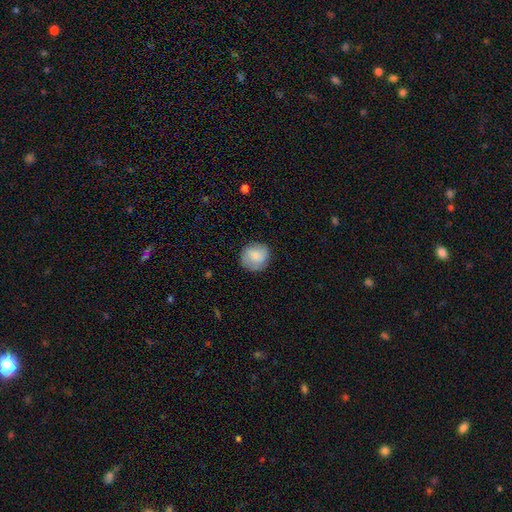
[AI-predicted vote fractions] This appears to be a smooth galaxy with no disk features (75%) that is round (88%). Merging: none (81%).